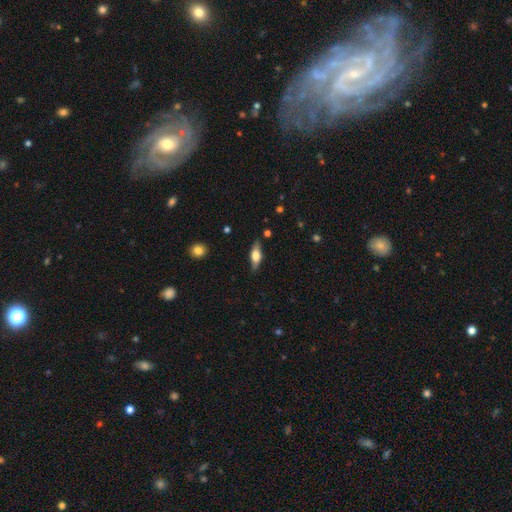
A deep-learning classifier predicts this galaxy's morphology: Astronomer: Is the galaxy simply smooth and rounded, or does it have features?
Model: smooth — 55% (runner-up: featured or disk, 39%).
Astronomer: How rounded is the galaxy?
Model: in between — 62%.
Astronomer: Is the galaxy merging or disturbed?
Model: none — 82%.